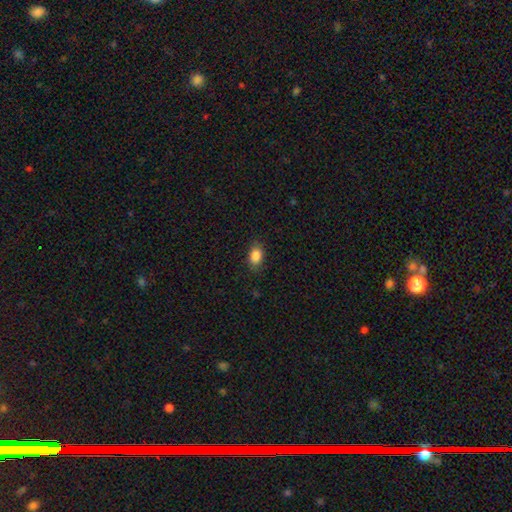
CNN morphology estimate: This is clearly a smooth galaxy (86%). How rounded: likely in between (80%). Merging: clearly none (83%).